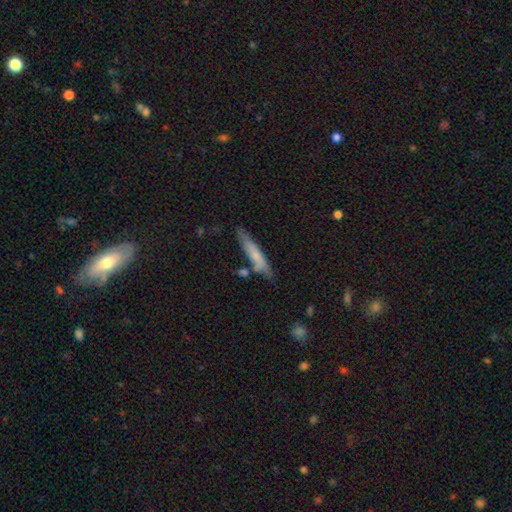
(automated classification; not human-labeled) The model was most divided on "smooth or featured": smooth: 64%, featured or disk: 30%, star or artifact: 6%. More confident: how rounded — cigar-shaped (88%); merging — none (69%).